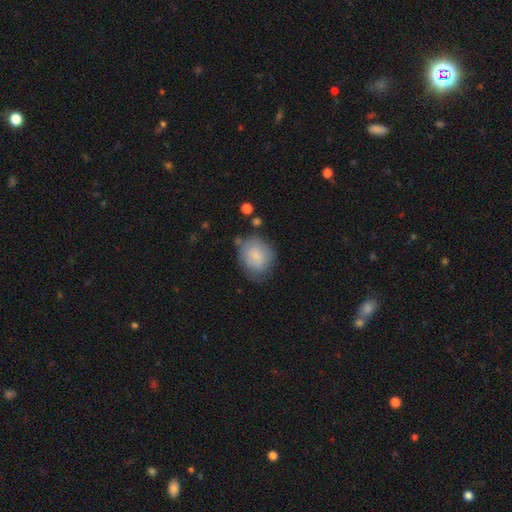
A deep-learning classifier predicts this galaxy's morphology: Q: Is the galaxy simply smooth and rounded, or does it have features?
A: smooth — 77%.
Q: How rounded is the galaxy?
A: round — 55%.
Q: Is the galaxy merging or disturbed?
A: none — 61%.